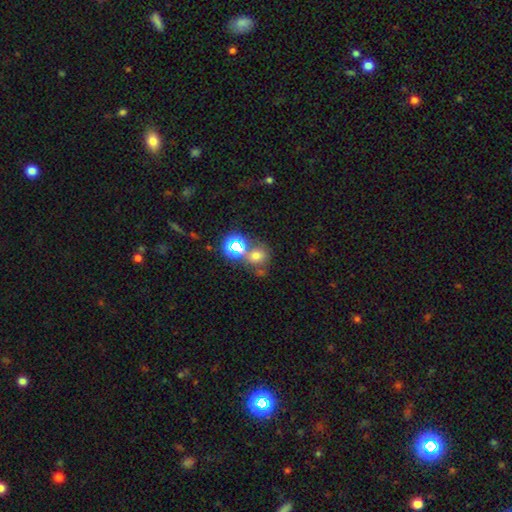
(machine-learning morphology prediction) A smooth galaxy with no disk features (58%) that is round (74%). Merging: none (53%).